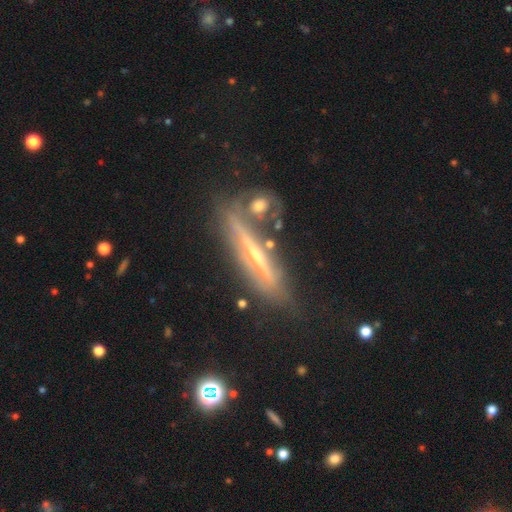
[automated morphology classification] Smooth or featured? Predicted: featured or disk (p=0.77). Edge-on disk? Predicted: yes (p=0.88). Edge-on bulge? Predicted: rounded (p=0.45). Merging? Predicted: none (p=0.62).